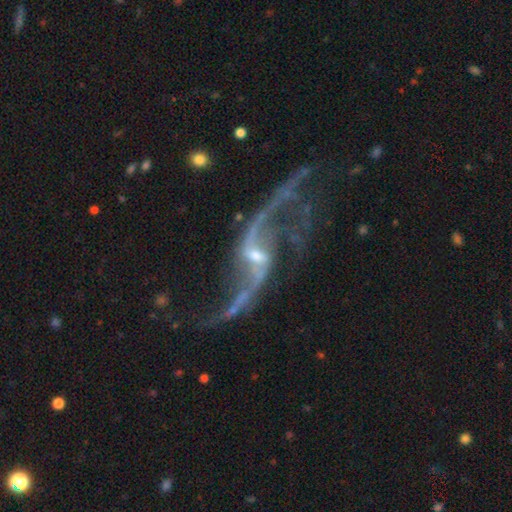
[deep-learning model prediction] The model was most divided on "bar": weak: 42%, strong: 30%, no: 29%. More confident: spiral arms — yes (97%); edge-on disk — no (96%); spiral arm count — 2 (93%); smooth or featured — featured or disk (93%); spiral winding — loose (90%); bulge size — small (70%); merging — none (66%).